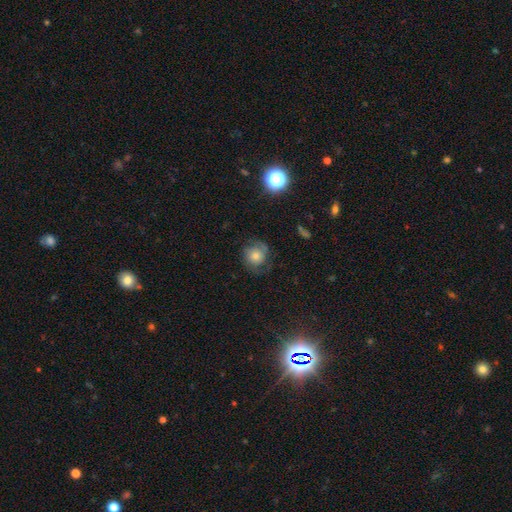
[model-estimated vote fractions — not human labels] This is marginally a smooth galaxy (44%). Merging: likely none (66%).